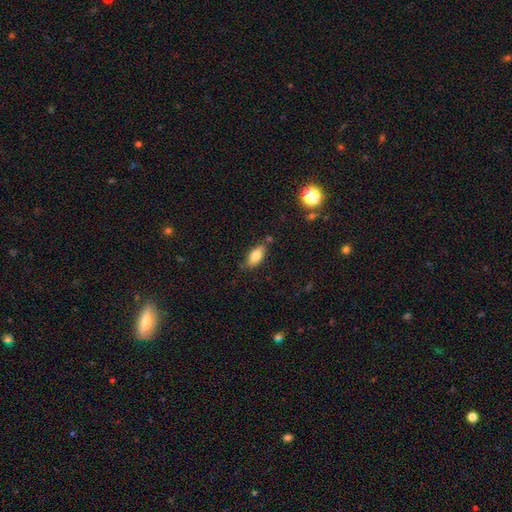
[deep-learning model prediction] This is likely a smooth galaxy (78%). How rounded: clearly in between (84%). Merging: likely none (75%).